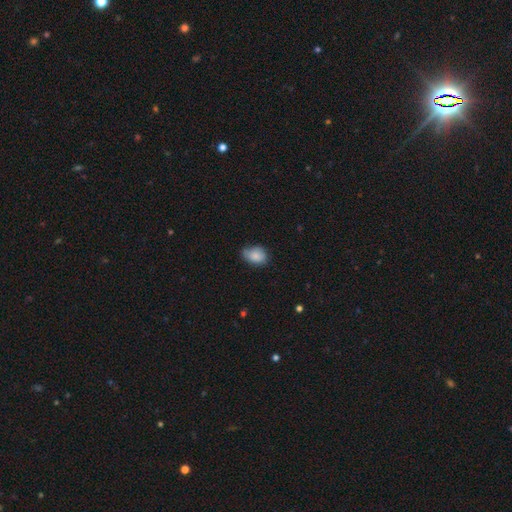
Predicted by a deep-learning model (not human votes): smooth_or_featured: smooth (p=0.82) [alt: featured or disk p=0.10]
how_rounded: in between (p=0.75) [alt: round p=0.23]
merging: none (p=0.58) [alt: minor disturbance p=0.34]